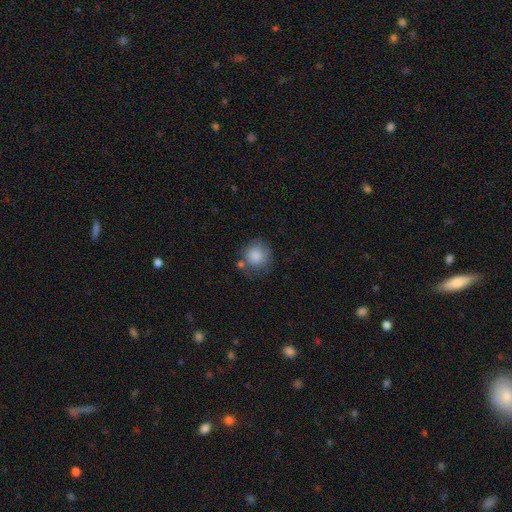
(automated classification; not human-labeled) A smooth galaxy with no disk features (86%) that is round (91%). Merging: none (68%).